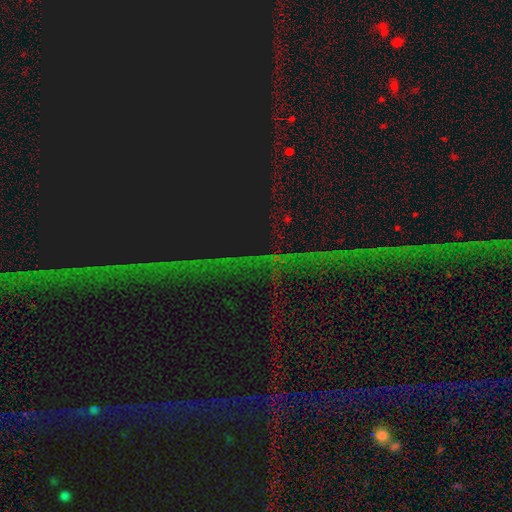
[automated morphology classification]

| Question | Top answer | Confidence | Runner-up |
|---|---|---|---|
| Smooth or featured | star or artifact | 85% | featured or disk (8%) |